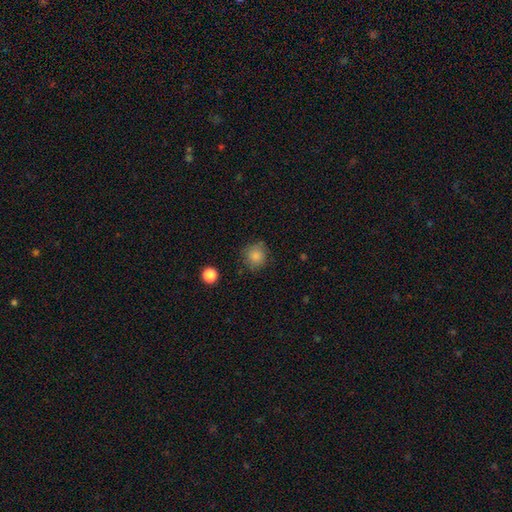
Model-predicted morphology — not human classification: The model was most divided on "merging": none: 79%, minor disturbance: 15%, major disturbance: 4%, merger: 2%. More confident: how rounded — round (90%); smooth or featured — smooth (85%).